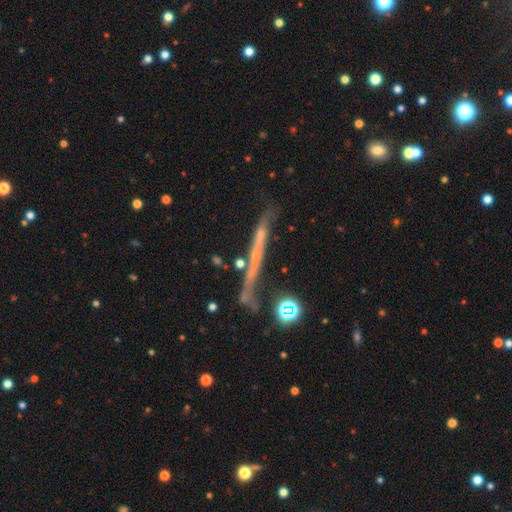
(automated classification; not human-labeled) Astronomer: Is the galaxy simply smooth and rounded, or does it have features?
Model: featured or disk — 66%.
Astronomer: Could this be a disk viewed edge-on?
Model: yes — 89%.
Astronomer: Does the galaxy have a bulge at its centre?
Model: none — 71%.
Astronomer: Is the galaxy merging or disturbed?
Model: none — 60%.